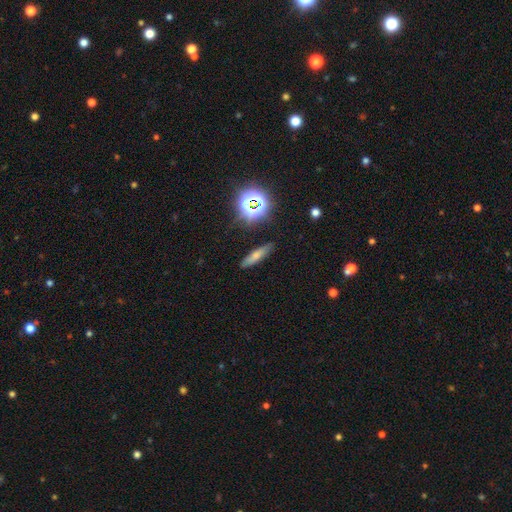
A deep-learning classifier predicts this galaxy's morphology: A smooth galaxy with no disk features (63%) that is cigar-shaped (74%). Merging: none (85%).